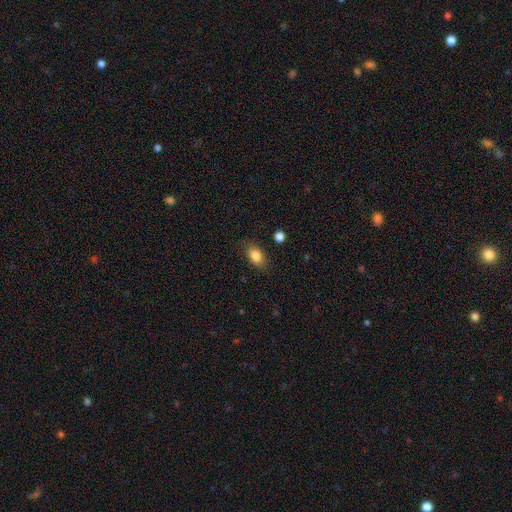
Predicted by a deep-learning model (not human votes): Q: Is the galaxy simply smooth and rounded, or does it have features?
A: smooth — 84%.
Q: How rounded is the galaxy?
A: in between — 85%.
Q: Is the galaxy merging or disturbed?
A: none — 82%.